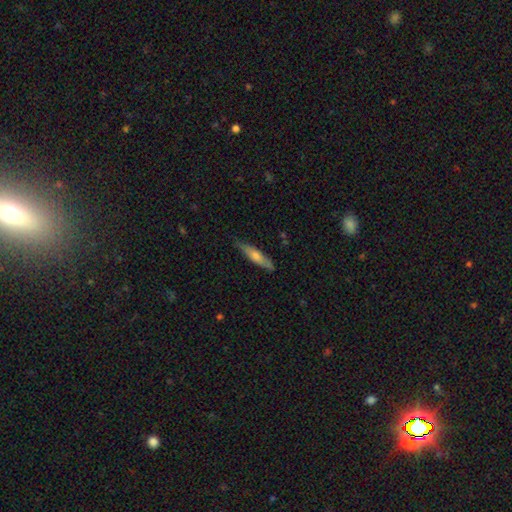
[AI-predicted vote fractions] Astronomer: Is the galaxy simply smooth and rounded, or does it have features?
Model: smooth — 56% (runner-up: featured or disk, 39%).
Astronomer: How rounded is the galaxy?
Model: cigar-shaped — 82%.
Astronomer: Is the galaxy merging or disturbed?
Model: none — 81%.